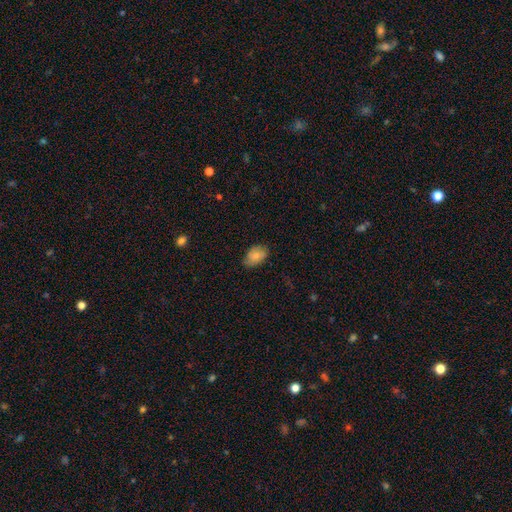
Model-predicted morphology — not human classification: This appears to be a smooth galaxy with no disk features (77%) that is in between round and cigar-shaped (88%). Merging: none (73%).